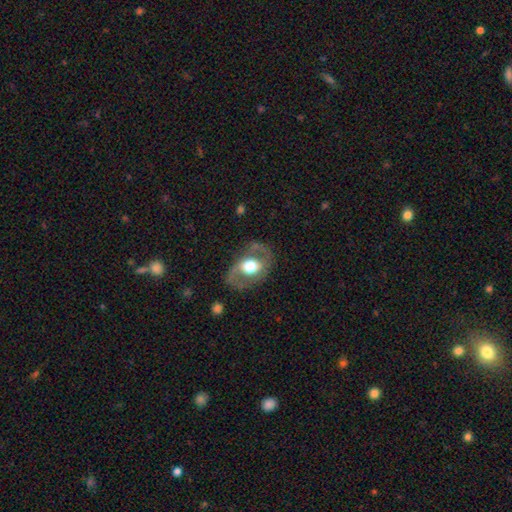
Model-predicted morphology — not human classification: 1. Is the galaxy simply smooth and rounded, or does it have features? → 71% featured or disk, 22% smooth, 6% star or artifact.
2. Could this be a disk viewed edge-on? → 94% no, 6% yes.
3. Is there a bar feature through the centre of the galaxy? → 63% no, 26% weak, 10% strong.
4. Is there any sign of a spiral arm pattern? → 71% yes, 29% no.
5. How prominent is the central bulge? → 52% moderate, 40% large, 4% dominant, 4% small, 1% none.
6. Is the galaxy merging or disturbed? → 74% none, 15% minor disturbance, 9% major disturbance, 2% merger.